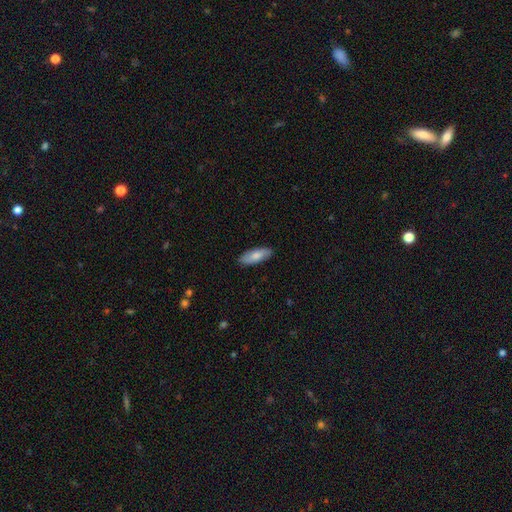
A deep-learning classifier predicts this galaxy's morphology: Smooth or featured: smooth — 77% (featured or disk — 18%)
How rounded: in between — 66% (cigar-shaped — 32%)
Merging: none — 88% (minor disturbance — 10%)